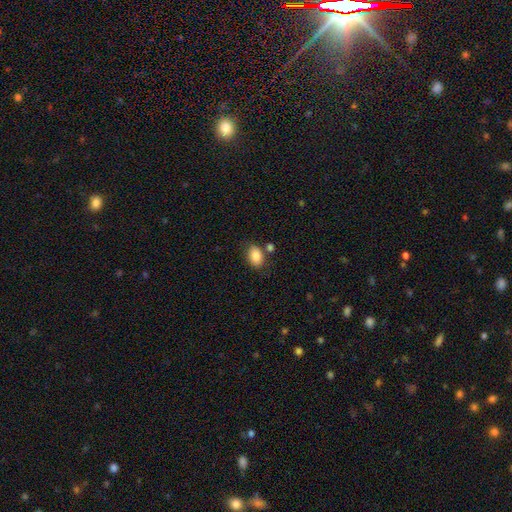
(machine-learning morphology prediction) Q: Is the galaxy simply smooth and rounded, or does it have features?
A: smooth — 85%.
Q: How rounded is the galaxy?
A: in between — 85%.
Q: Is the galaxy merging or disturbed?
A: none — 72%.